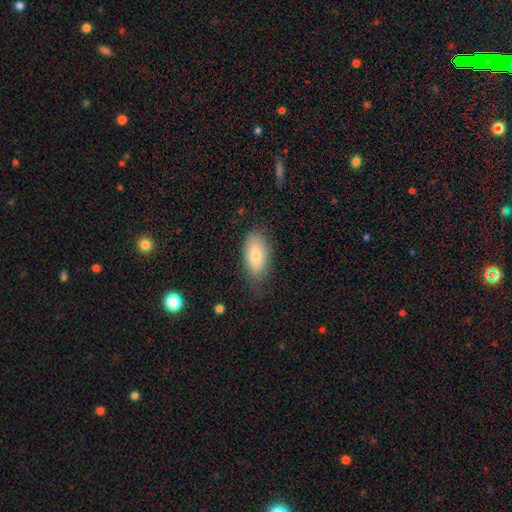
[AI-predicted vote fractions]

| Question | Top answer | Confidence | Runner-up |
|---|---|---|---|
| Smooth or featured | smooth | 78% | featured or disk (15%) |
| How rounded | in between | 90% | cigar-shaped (6%) |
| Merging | none | 66% | minor disturbance (25%) |